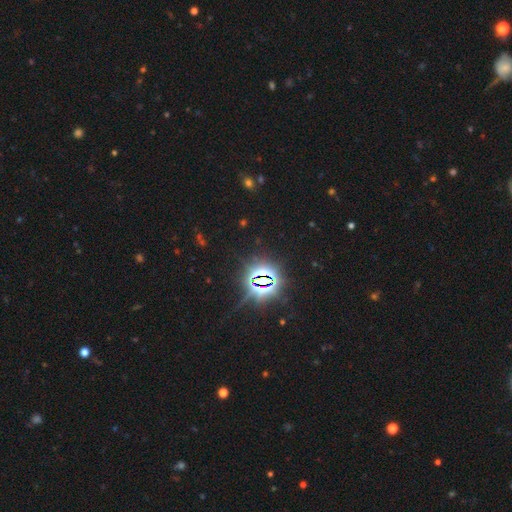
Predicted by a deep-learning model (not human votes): star or artifact 85%, smooth 9%, featured or disk 6%.